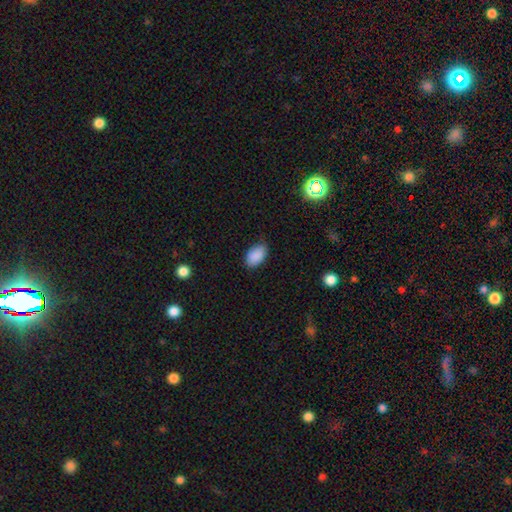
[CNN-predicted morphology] Smooth or featured: smooth — 89% (star or artifact — 7%)
How rounded: in between — 92% (round — 6%)
Merging: none — 78% (minor disturbance — 17%)